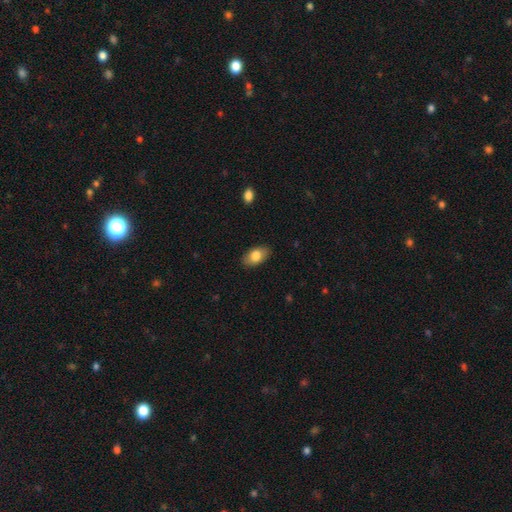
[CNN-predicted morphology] Smooth or featured?
  - smooth: 81% *
  - featured or disk: 13%
  - star or artifact: 7%
How rounded?
  - in between: 92% *
  - round: 6%
  - cigar-shaped: 2%
Merging?
  - none: 86% *
  - minor disturbance: 11%
  - major disturbance: 2%
  - merger: 1%